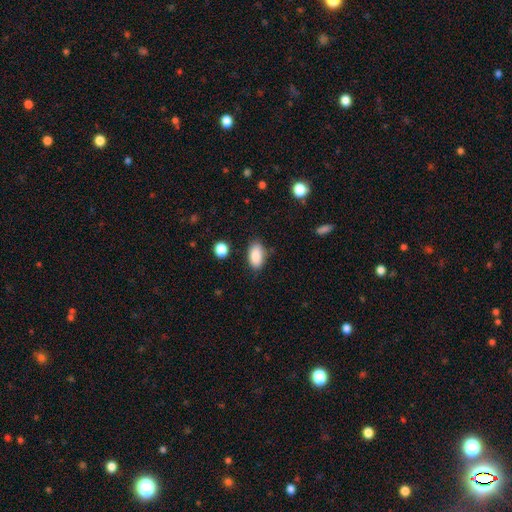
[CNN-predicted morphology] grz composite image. It shows a smooth galaxy with no disk features (88%) that is in between round and cigar-shaped (92%). Merging: none (81%).